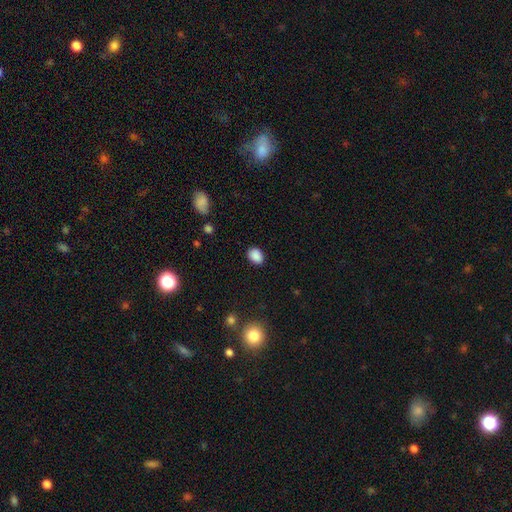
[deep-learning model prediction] Q: Smooth or featured?
A: smooth (87%); runner-up: star or artifact (9%)
Q: How rounded?
A: in between (73%); runner-up: round (26%)
Q: Merging?
A: none (85%); runner-up: minor disturbance (11%)